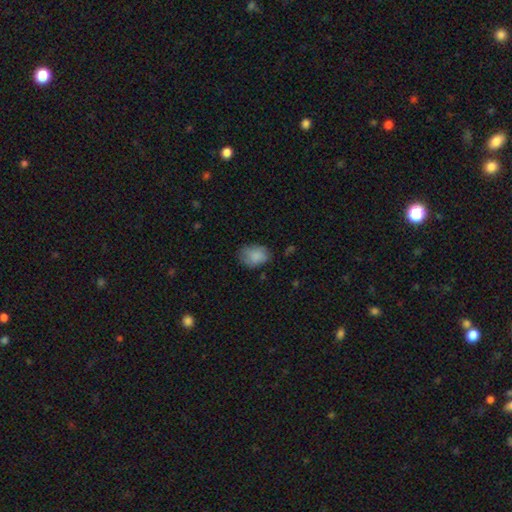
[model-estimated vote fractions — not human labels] Overall: smooth (83%). How rounded: in between (71%). Merging: none (66%).